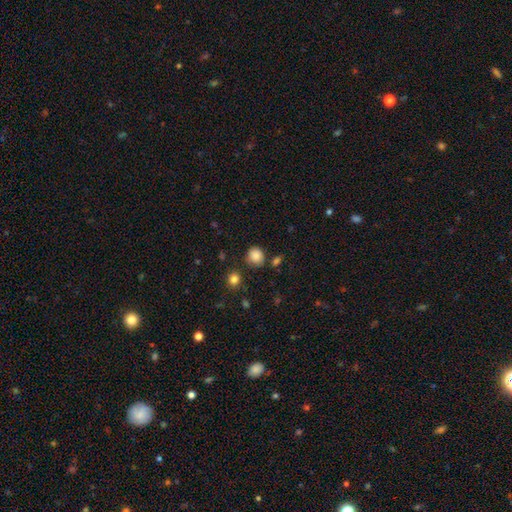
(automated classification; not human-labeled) A smooth galaxy with no disk features (85%) that is round (82%). Merging: none (78%).